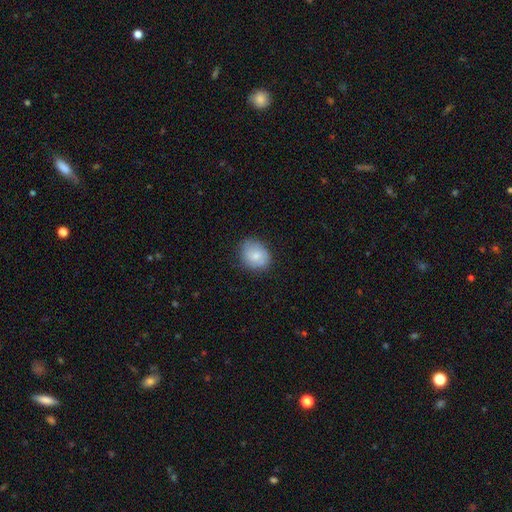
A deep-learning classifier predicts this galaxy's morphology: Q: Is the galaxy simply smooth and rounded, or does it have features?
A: smooth — 76%.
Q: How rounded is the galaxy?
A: round — 59%.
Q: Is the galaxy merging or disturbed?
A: none — 76%.